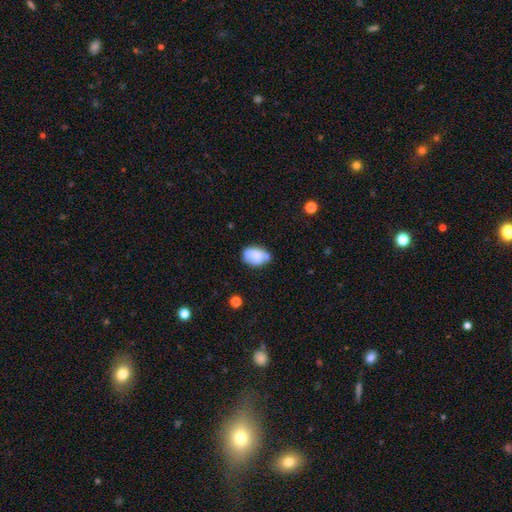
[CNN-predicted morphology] This appears to be a smooth galaxy with no disk features (72%) that is in between round and cigar-shaped (84%). Merging: none (49%).